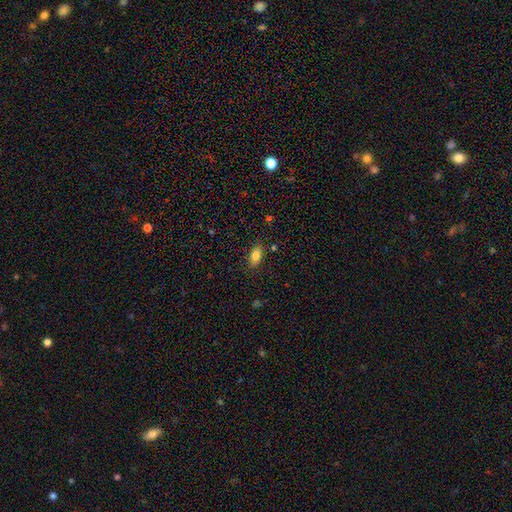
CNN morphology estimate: type=smooth (82%); roundness=in between (89%); merging=none (85%).